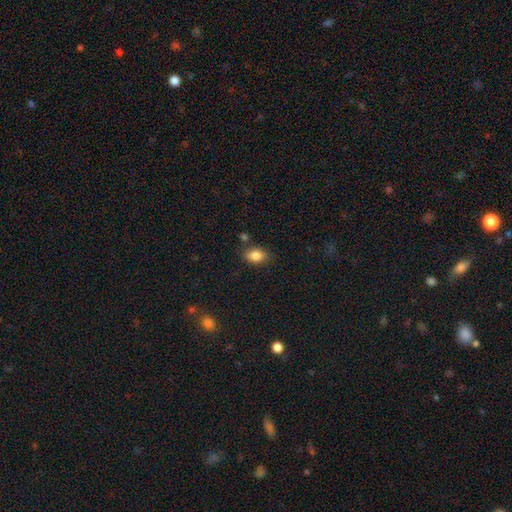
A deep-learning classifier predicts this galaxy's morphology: This appears to be a smooth galaxy with no disk features (84%) that is in between round and cigar-shaped (80%). Merging: none (77%).